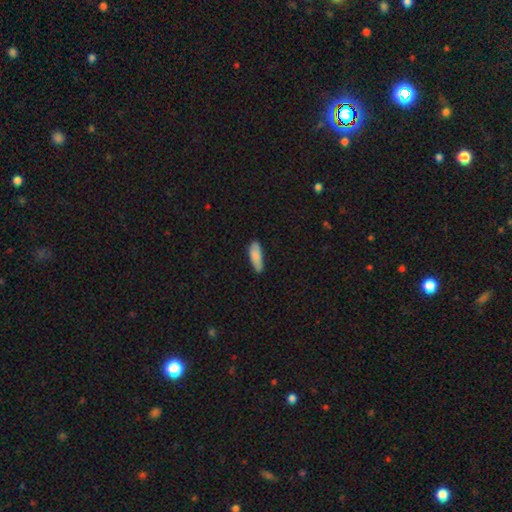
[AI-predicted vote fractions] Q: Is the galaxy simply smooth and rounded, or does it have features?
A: smooth — 85%.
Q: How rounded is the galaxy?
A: in between — 62%.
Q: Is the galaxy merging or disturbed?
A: none — 71%.